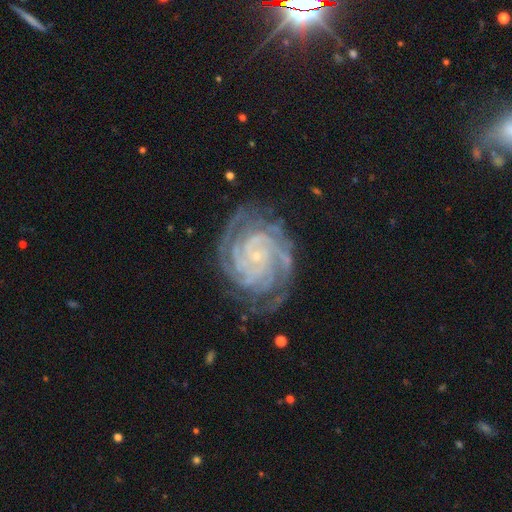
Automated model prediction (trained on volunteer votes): Overall: featured or disk (92%). Edge-on disk: no (98%). Bar: no (74%). Spiral arms: yes (99%). Spiral arm count: 4 (28%; 3 22%). Spiral winding: tight (83%). Bulge size: small (88%). Merging: none (77%).